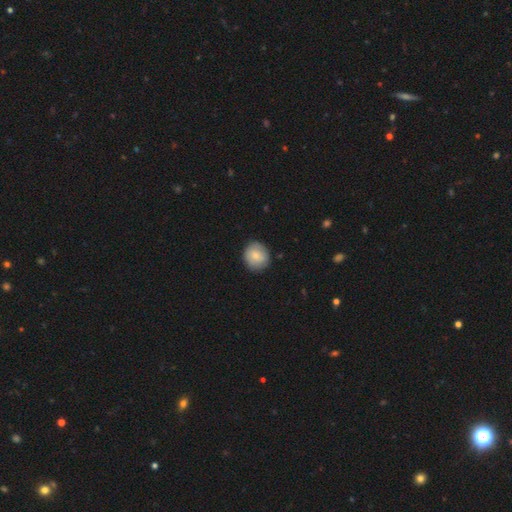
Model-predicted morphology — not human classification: Smooth or featured? Predicted: smooth (p=0.78). How rounded? Predicted: round (p=0.83). Merging? Predicted: none (p=0.84).